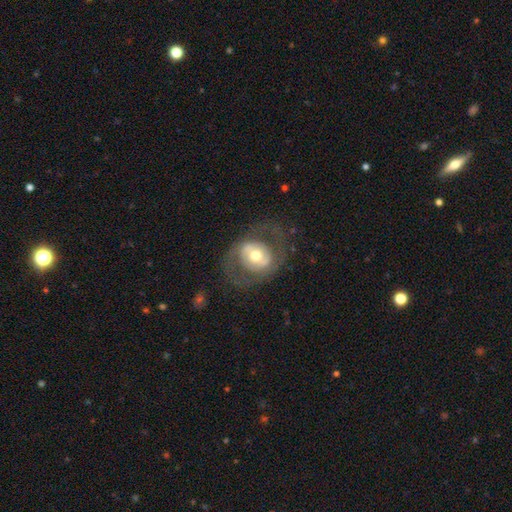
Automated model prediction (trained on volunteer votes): Smooth or featured?
  - featured or disk: 63% *
  - smooth: 31%
  - star or artifact: 6%
Edge-on disk?
  - no: 95% *
  - yes: 5%
Bar?
  - no: 50% *
  - weak: 30%
  - strong: 20%
Spiral arms?
  - yes: 53% *
  - no: 47%
Bulge size?
  - moderate: 69% *
  - small: 16%
  - large: 13%
  - dominant: 2%
  - none: 1%
Merging?
  - none: 68% *
  - major disturbance: 16%
  - minor disturbance: 14%
  - merger: 1%